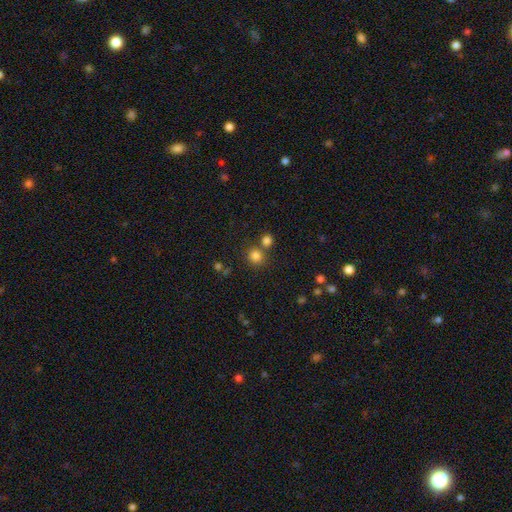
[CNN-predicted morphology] type=smooth (80%); roundness=round (89%); merging=none (67%).